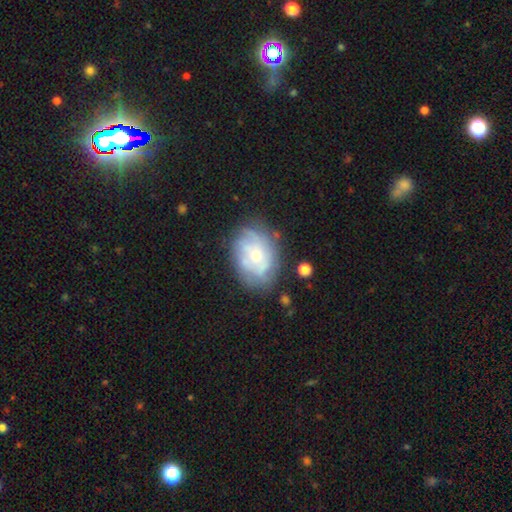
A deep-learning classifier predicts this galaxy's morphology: Smooth or featured: featured or disk — 63% (smooth — 29%)
Edge-on disk: no — 96% (yes — 4%)
Bar: no — 82% (weak — 15%)
Spiral arms: yes — 62% (no — 38%)
Bulge size: small — 54% (moderate — 40%)
Merging: none — 64% (minor disturbance — 22%)